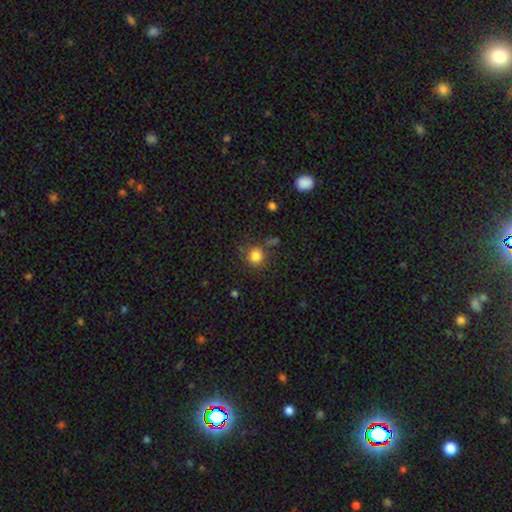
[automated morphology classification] Smooth or featured: smooth — 82% (star or artifact — 12%)
How rounded: round — 90% (in between — 9%)
Merging: none — 79% (minor disturbance — 12%)